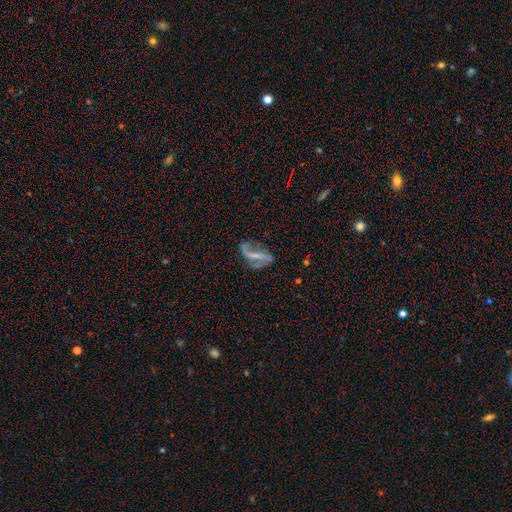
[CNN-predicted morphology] This appears to be a featured or disk galaxy (76%) with a strong bar (52%), 2 (80%) loose (70%) spiral arms (80%) and no central bulge (45%). Merging: none (50%).